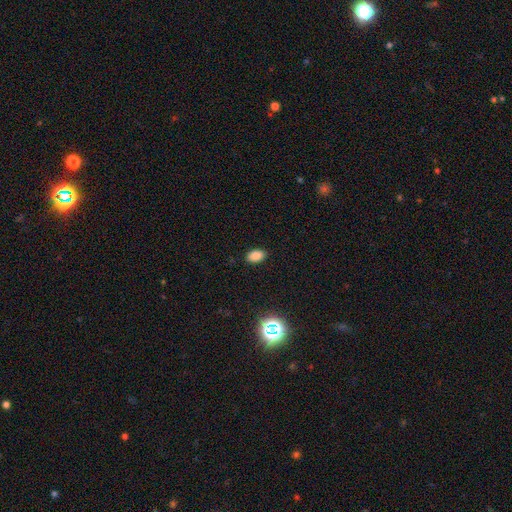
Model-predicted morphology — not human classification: Smooth or featured? smooth (84%)
How rounded? in between (89%)
Merging? none (89%)